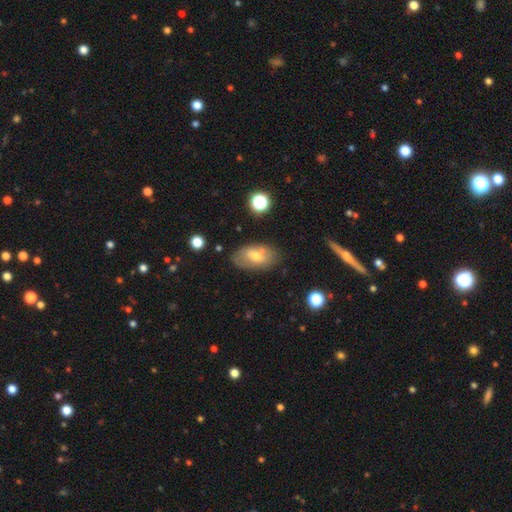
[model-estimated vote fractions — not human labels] A smooth galaxy with no disk features (55%) that is in between round and cigar-shaped (91%).

Vote fractions:
- Smooth or featured? smooth: 55% / featured or disk: 36% / star or artifact: 9%
- How rounded? in between: 91% / round: 6% / cigar-shaped: 3%
- Merging? none: 67% / minor disturbance: 18% / merger: 9% / major disturbance: 5%